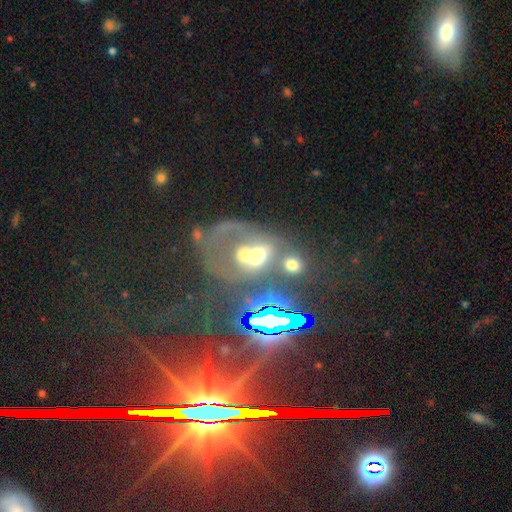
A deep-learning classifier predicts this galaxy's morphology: Smooth or featured: featured or disk — 42% (smooth — 34%)
Merging: merger — 60% (major disturbance — 19%)